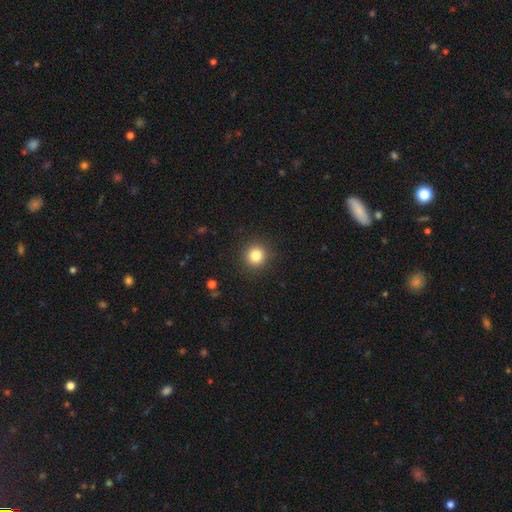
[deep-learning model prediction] Smooth or featured? smooth (83%)
How rounded? round (93%)
Merging? none (91%)